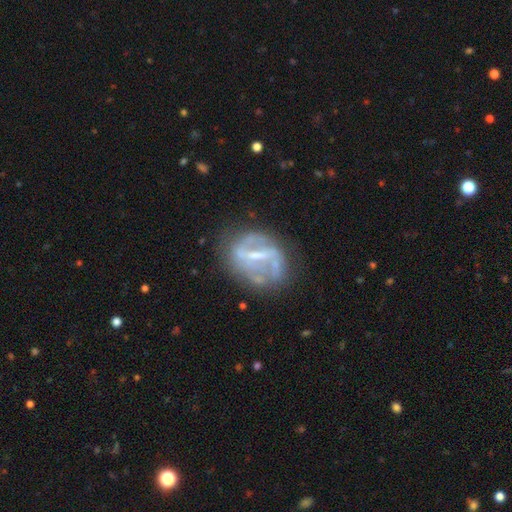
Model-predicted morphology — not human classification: Smooth or featured?
  - featured or disk: 79% *
  - smooth: 13%
  - star or artifact: 8%
Edge-on disk?
  - no: 96% *
  - yes: 4%
Bar?
  - strong: 51% *
  - weak: 37%
  - no: 12%
Spiral arms?
  - yes: 71% *
  - no: 29%
Spiral winding?
  - loose: 41% *
  - medium: 38%
  - tight: 22%
Spiral arm count?
  - 2: 61% *
  - can't tell: 23%
  - 3: 6%
  - 1: 5%
  - 4: 2%
  - more than 4: 2%
Bulge size?
  - small: 51% *
  - moderate: 26%
  - none: 20%
  - large: 2%
  - dominant: 1%
Merging?
  - none: 62% *
  - minor disturbance: 20%
  - major disturbance: 14%
  - merger: 4%